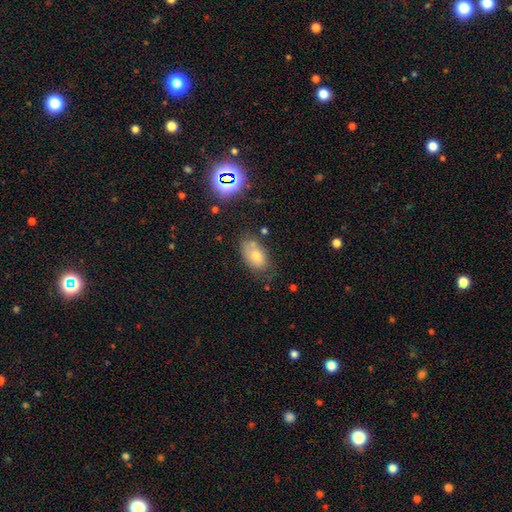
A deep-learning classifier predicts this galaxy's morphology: A smooth galaxy with no disk features (64%) that is in between round and cigar-shaped (88%). Merging: none (60%).